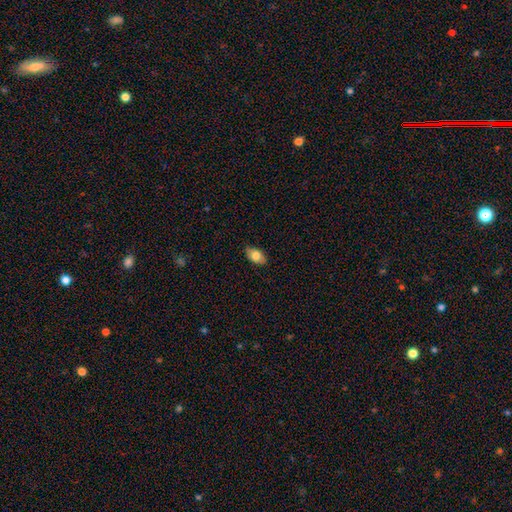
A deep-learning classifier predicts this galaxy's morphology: Smooth or featured: smooth — 79% (featured or disk — 14%)
How rounded: in between — 91% (round — 7%)
Merging: none — 83% (minor disturbance — 13%)